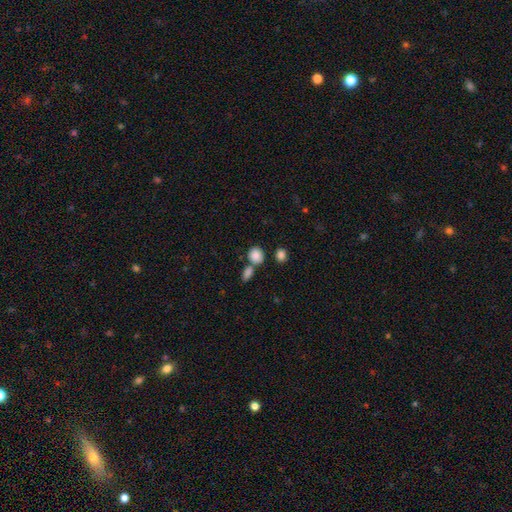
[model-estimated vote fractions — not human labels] The model was most divided on "merging": none: 60%, merger: 27%, minor disturbance: 10%, major disturbance: 4%. More confident: smooth or featured — smooth (85%); how rounded — round (72%).